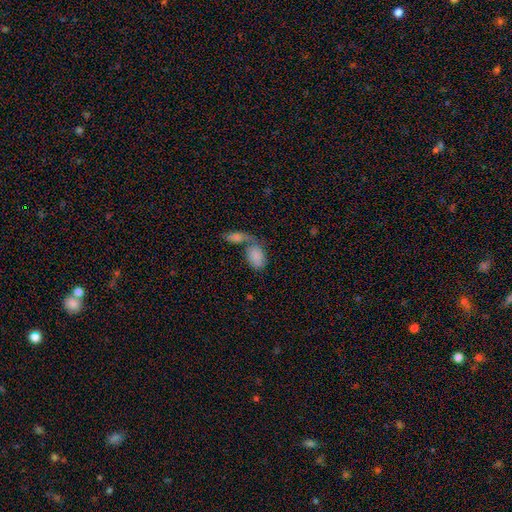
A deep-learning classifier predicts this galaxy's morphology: This appears to be a smooth galaxy with no disk features (81%) that is in between round and cigar-shaped (88%). Merging: merger (56%).